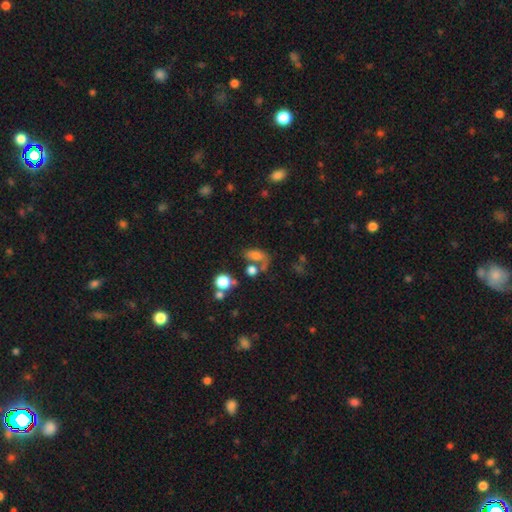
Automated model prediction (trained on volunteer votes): Morphology: type=smooth (64%); roundness=in between (77%); merging=none (34%).